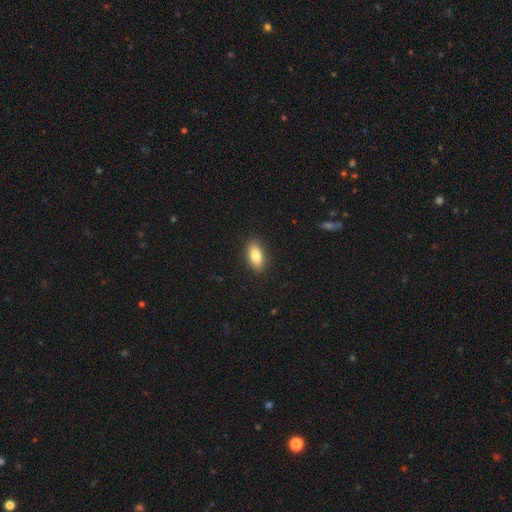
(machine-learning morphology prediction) Smooth or featured? Predicted: smooth (p=0.82). How rounded? Predicted: in between (p=0.88). Merging? Predicted: none (p=0.90).